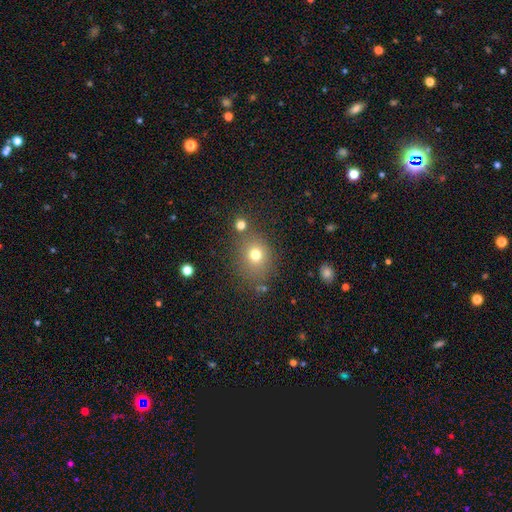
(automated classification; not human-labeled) This is likely a smooth galaxy (71%). How rounded: likely round (65%). Merging: likely none (74%).